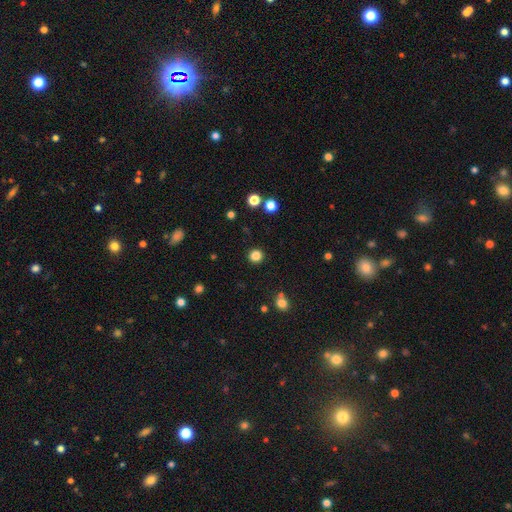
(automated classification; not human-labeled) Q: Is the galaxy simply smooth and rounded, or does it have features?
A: smooth — 84%.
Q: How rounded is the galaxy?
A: round — 94%.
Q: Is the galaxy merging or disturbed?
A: none — 92%.